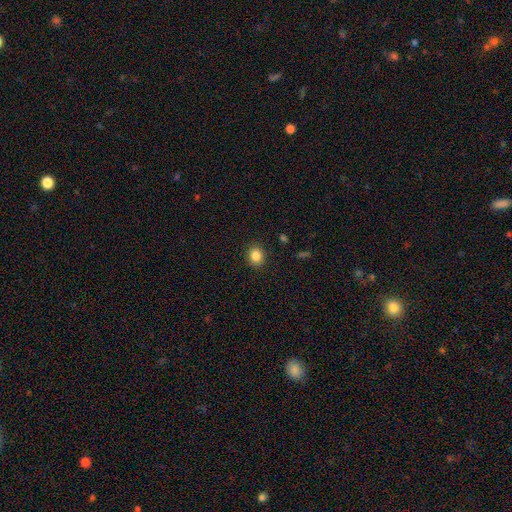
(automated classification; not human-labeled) Smooth or featured?
  - smooth: 85% *
  - star or artifact: 10%
  - featured or disk: 4%
How rounded?
  - round: 68% *
  - in between: 31%
  - cigar-shaped: 1%
Merging?
  - none: 90% *
  - minor disturbance: 7%
  - major disturbance: 2%
  - merger: 1%